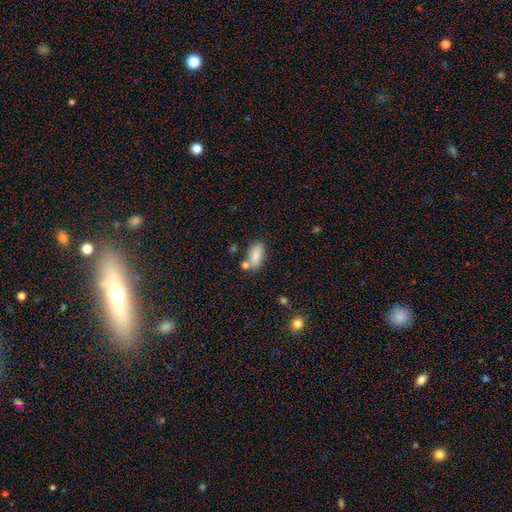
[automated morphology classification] Overall: smooth (85%). How rounded: in between (89%). Merging: none (64%).